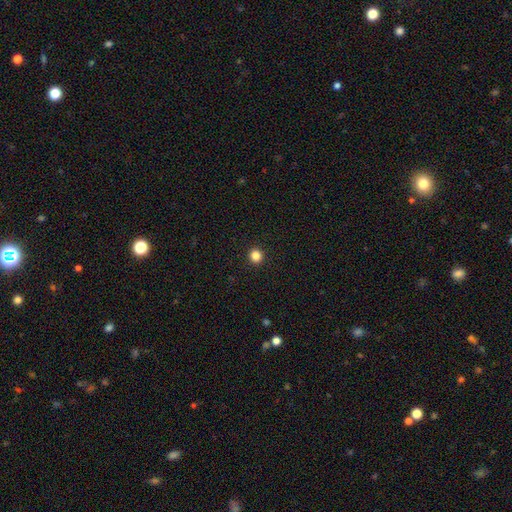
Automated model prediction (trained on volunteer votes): smooth_or_featured: smooth (p=0.85) [alt: star or artifact p=0.12]
how_rounded: round (p=0.93) [alt: in between p=0.06]
merging: none (p=0.94) [alt: minor disturbance p=0.04]